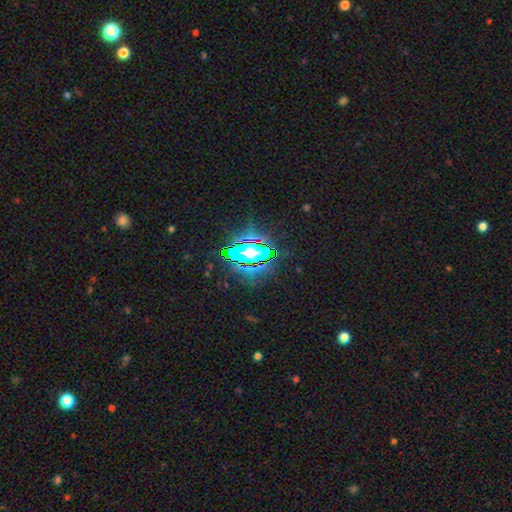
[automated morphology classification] This appears to be a star or artifact, not a galaxy (68%).